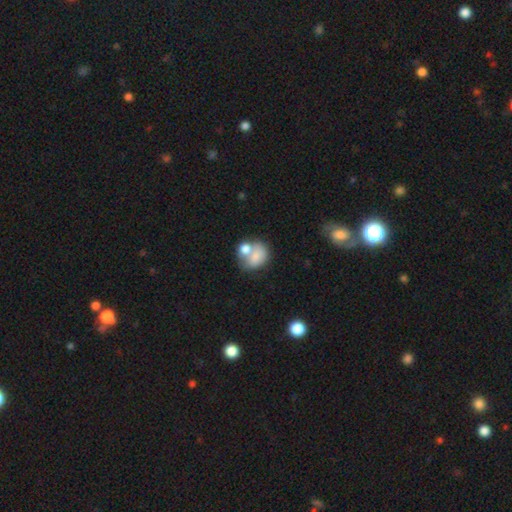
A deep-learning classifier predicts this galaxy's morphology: This is likely a smooth galaxy (71%). How rounded: possibly round (50%). Merging: possibly merger (53%).